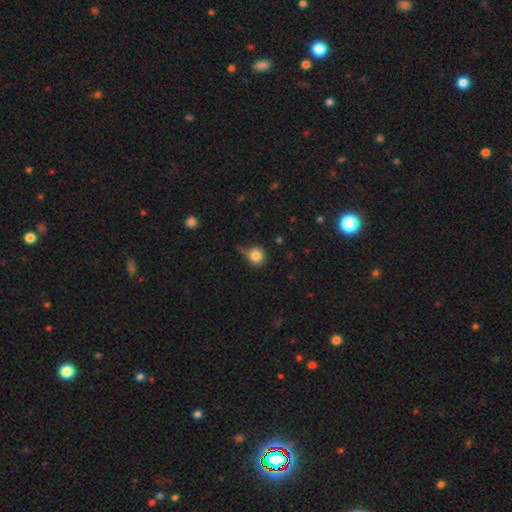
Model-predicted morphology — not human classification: Overall: smooth (81%). How rounded: round (86%). Merging: none (50%; minor disturbance 30%).